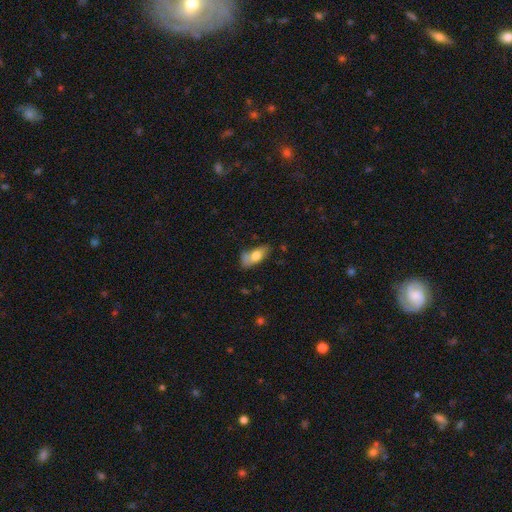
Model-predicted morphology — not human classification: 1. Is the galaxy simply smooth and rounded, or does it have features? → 67% smooth, 25% featured or disk, 7% star or artifact.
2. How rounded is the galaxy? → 81% in between, 15% cigar-shaped, 4% round.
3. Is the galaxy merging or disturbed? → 47% none, 31% minor disturbance, 13% major disturbance, 8% merger.